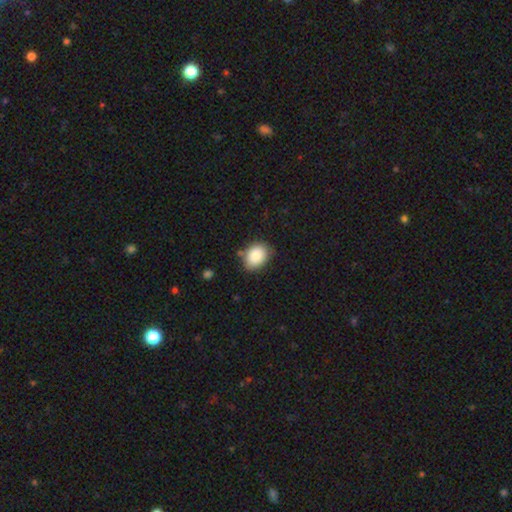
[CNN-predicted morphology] This is clearly a smooth galaxy (87%). How rounded: likely in between (68%). Merging: likely none (77%).